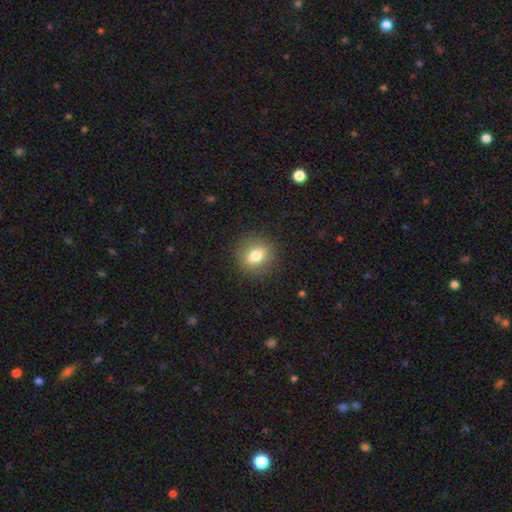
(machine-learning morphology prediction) Smooth or featured? smooth (73%)
How rounded? round (76%)
Merging? none (88%)